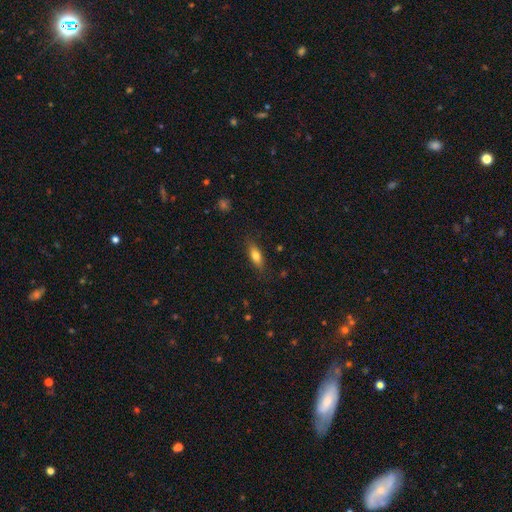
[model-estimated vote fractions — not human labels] smooth-or-featured: smooth: 73% | featured or disk: 19% | star or artifact: 7%
  how-rounded: in between: 67% | cigar-shaped: 30% | round: 3%
  merging: none: 82% | minor disturbance: 13% | major disturbance: 3% | merger: 1%